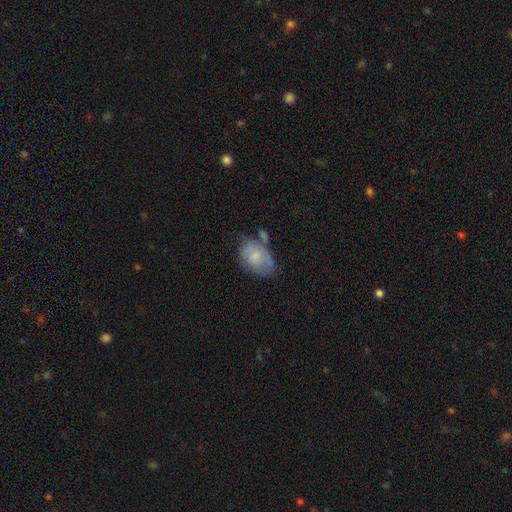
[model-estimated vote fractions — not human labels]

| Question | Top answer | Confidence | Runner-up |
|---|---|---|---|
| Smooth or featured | smooth | 69% | featured or disk (24%) |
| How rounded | in between | 87% | round (12%) |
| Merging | none | 43% | minor disturbance (30%) |